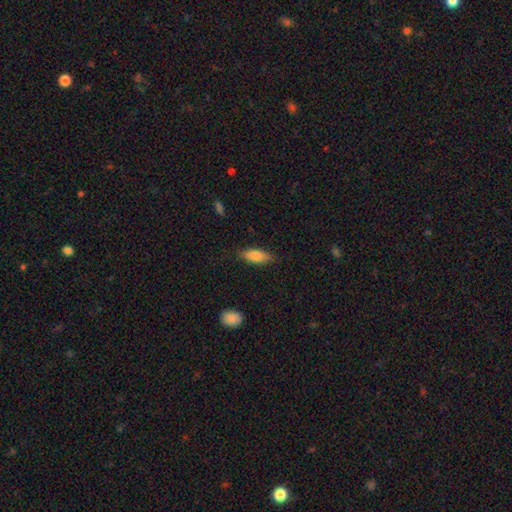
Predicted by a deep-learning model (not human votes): smooth_or_featured: smooth (p=0.85) [alt: featured or disk p=0.09]
how_rounded: in between (p=0.78) [alt: cigar-shaped p=0.20]
merging: none (p=0.81) [alt: minor disturbance p=0.14]